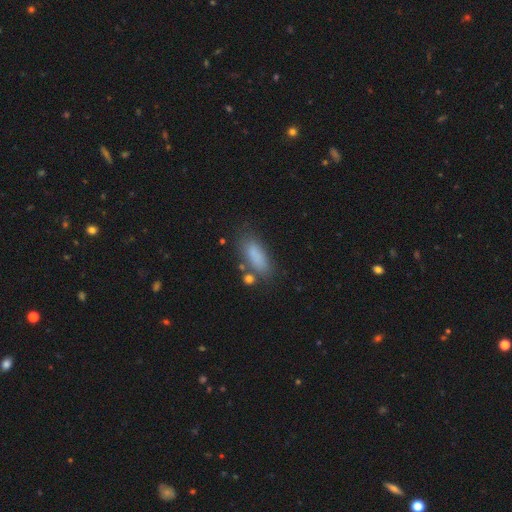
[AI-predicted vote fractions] smooth 83%, star or artifact 9%, featured or disk 9%. Down the decision tree: how rounded — in between (72%); merging — none (70%).